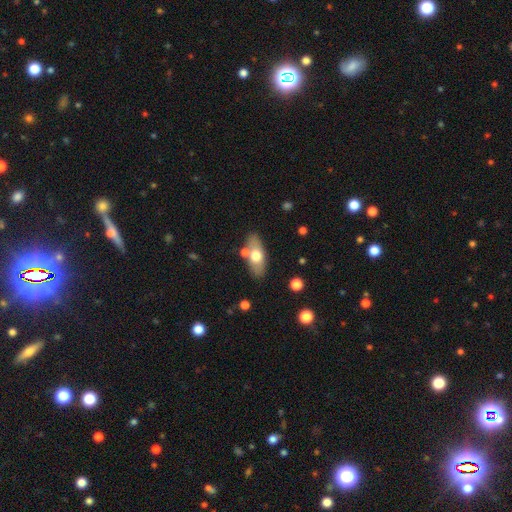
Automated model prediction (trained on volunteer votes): Overall: smooth (63%; featured or disk 30%). How rounded: in between (80%). Merging: none (75%).